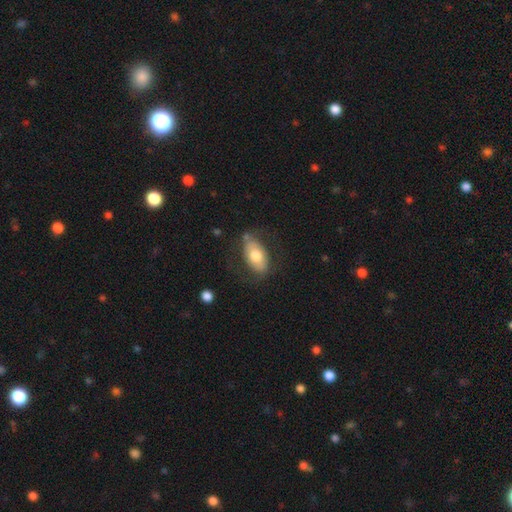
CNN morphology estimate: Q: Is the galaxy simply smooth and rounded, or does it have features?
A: smooth — 65%.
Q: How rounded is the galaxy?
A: in between — 92%.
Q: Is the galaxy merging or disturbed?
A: none — 67%.